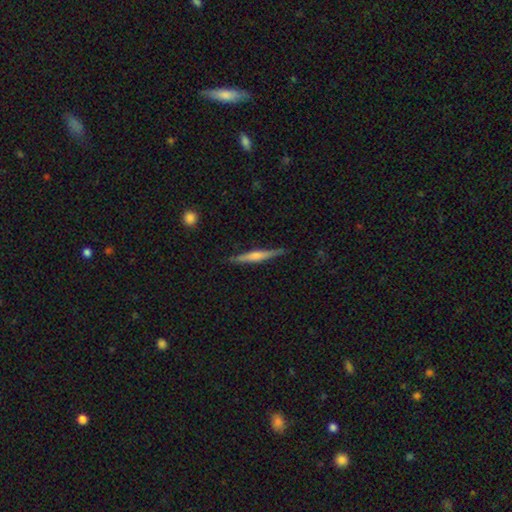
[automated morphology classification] Smooth or featured? featured or disk (72%)
Edge-on disk? yes (98%)
Edge-on bulge? rounded (72%)
Merging? none (90%)